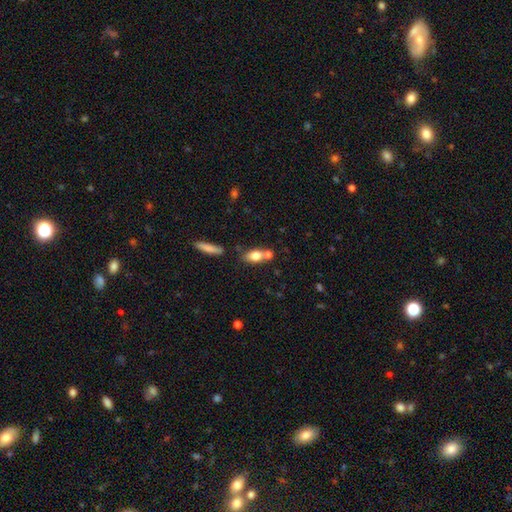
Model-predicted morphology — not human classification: smooth 74%, featured or disk 17%, star or artifact 9%. Down the decision tree: how rounded — in between (68%); merging — none (49%).